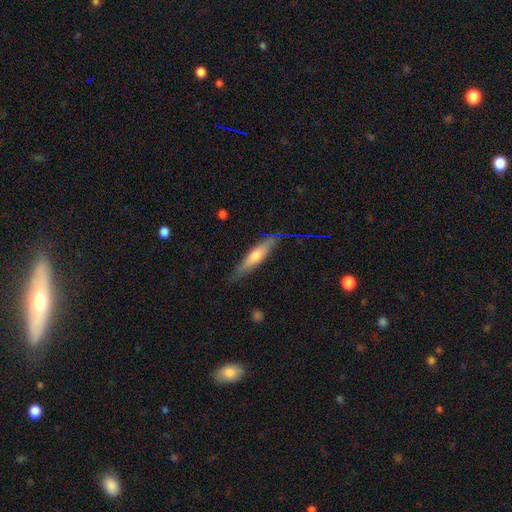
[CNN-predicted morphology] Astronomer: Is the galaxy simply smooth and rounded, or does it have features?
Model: smooth — 51% (runner-up: featured or disk, 43%).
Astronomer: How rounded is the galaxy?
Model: cigar-shaped — 80%.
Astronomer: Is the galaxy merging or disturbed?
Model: none — 79%.